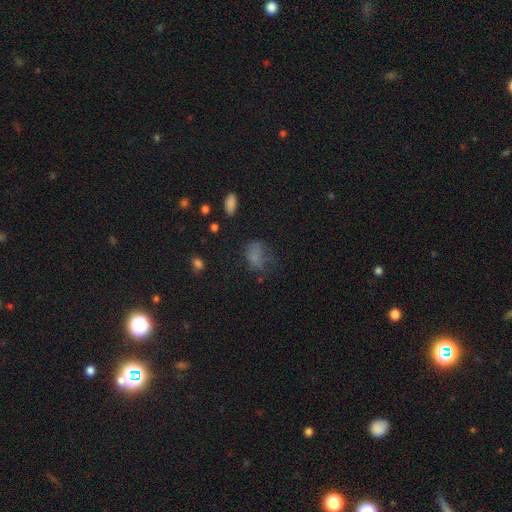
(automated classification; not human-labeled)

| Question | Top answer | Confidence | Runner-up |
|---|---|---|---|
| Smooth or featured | smooth | 67% | star or artifact (17%) |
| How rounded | in between | 67% | round (31%) |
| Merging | none | 43% | major disturbance (27%) |